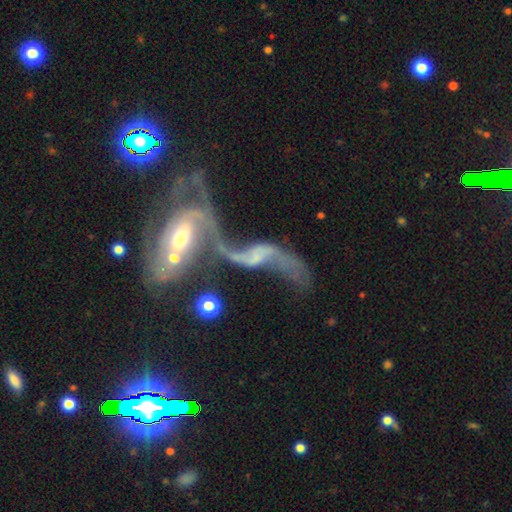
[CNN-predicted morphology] smooth-or-featured: featured or disk: 78% | smooth: 13% | star or artifact: 10%
  disk-edge-on: no: 93% | yes: 7%
    bar: no: 50% | weak: 34% | strong: 16%
    has-spiral-arms: yes: 79% | no: 21%
      spiral-winding: loose: 88% | medium: 9% | tight: 3%
      spiral-arm-count: 2: 82% | 1: 7% | can't tell: 6% | 3: 2% | 4: 1% | more than 4: 1%
    bulge-size: small: 41% | none: 27% | moderate: 26% | large: 4% | dominant: 2%
  merging: merger: 62% | major disturbance: 16% | none: 14% | minor disturbance: 8%